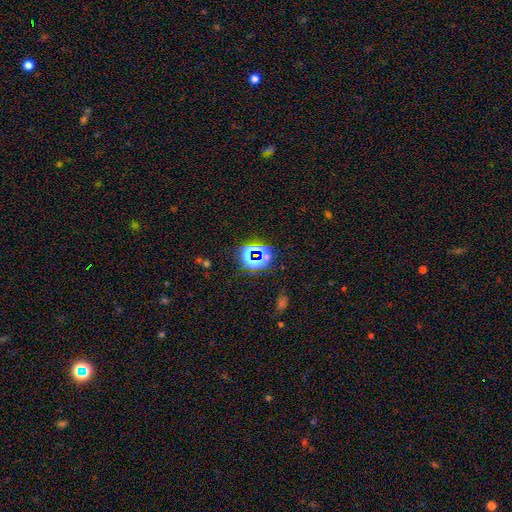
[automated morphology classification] Smooth or featured? Predicted: star or artifact (p=0.71).